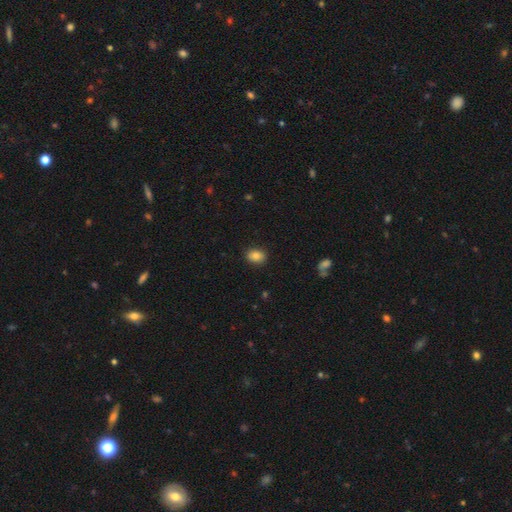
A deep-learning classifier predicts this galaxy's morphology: Smooth or featured: smooth — 83% (star or artifact — 9%)
How rounded: in between — 60% (round — 39%)
Merging: none — 87% (minor disturbance — 9%)